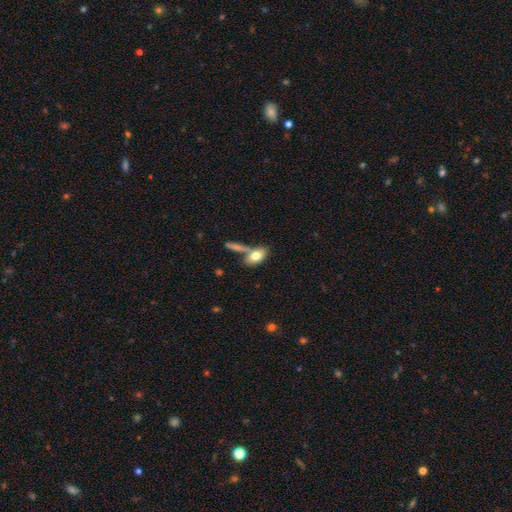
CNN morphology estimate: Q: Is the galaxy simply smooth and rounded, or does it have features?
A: smooth — 76%.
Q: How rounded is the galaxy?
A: in between — 88%.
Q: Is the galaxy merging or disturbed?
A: none — 52%.